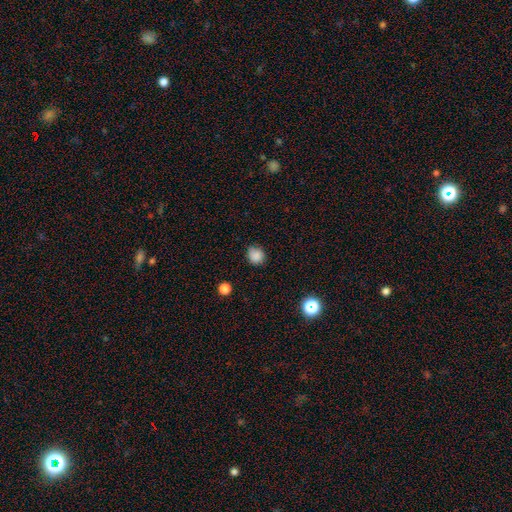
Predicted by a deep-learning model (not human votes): The model was most divided on "merging": none: 76%, minor disturbance: 19%, major disturbance: 4%, merger: 2%. More confident: smooth or featured — smooth (84%); how rounded — round (79%).